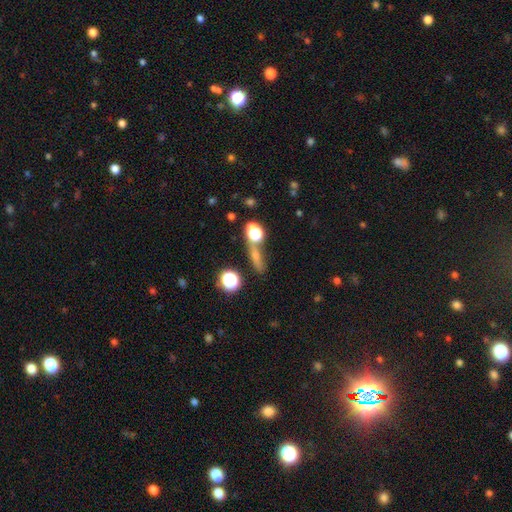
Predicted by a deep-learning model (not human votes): smooth-or-featured: smooth: 51% | star or artifact: 28% | featured or disk: 21%
  how-rounded: cigar-shaped: 42% | round: 32% | in between: 26%
  merging: none: 61% | merger: 18% | minor disturbance: 13% | major disturbance: 8%